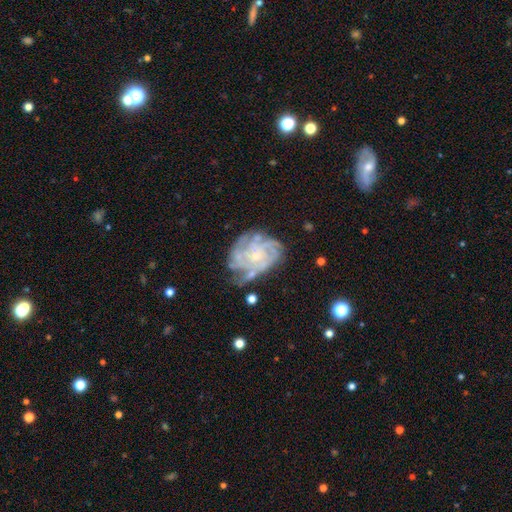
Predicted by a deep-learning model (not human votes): The model was most divided on "spiral arm count": can't tell: 37%, 4: 24%, more than 4: 13%, 3: 13%, 2: 8%, 1: 6%. More confident: edge-on disk — no (97%); spiral arms — yes (92%); smooth or featured — featured or disk (83%); bar — no (76%); bulge size — small (69%); spiral winding — tight (65%); merging — none (60%).